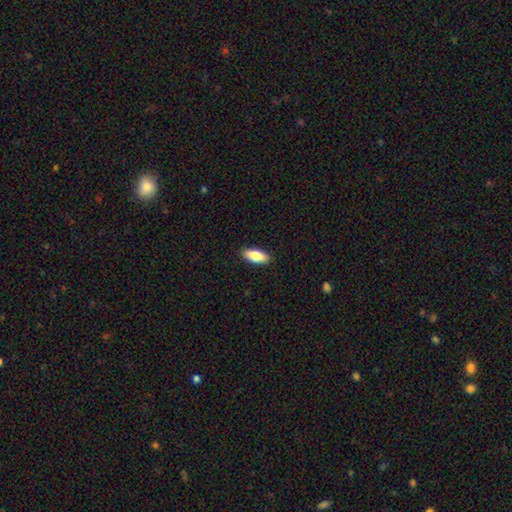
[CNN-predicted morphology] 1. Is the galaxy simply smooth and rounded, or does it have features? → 82% smooth, 12% featured or disk, 6% star or artifact.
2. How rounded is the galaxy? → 84% in between, 14% cigar-shaped, 2% round.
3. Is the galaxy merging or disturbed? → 90% none, 8% minor disturbance, 2% major disturbance, 1% merger.